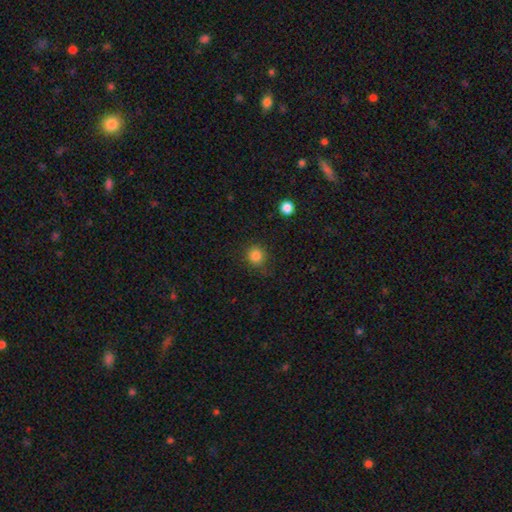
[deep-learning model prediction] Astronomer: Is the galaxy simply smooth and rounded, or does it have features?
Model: smooth — 85%.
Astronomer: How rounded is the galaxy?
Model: round — 91%.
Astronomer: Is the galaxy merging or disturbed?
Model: none — 84%.